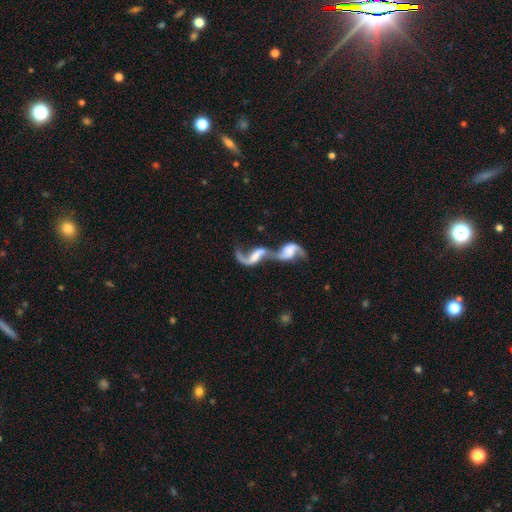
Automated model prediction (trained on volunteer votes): smooth_or_featured: featured or disk (p=0.79) [alt: smooth p=0.14]
disk_edge_on: no (p=0.93) [alt: yes p=0.07]
bar: weak (p=0.38) [alt: no p=0.36]
has_spiral_arms: yes (p=0.88) [alt: no p=0.12]
spiral_winding: loose (p=0.83) [alt: medium p=0.14]
spiral_arm_count: 2 (p=0.77) [alt: 1 p=0.16]
bulge_size: none (p=0.34) [alt: moderate p=0.26]
merging: merger (p=0.79) [alt: none p=0.09]